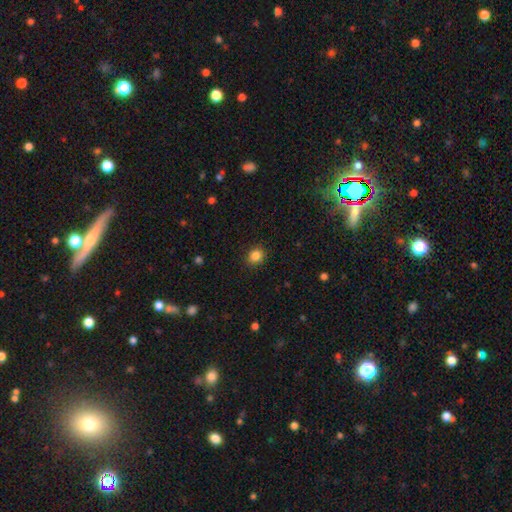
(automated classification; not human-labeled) Smooth or featured? smooth (84%)
How rounded? round (75%)
Merging? none (90%)